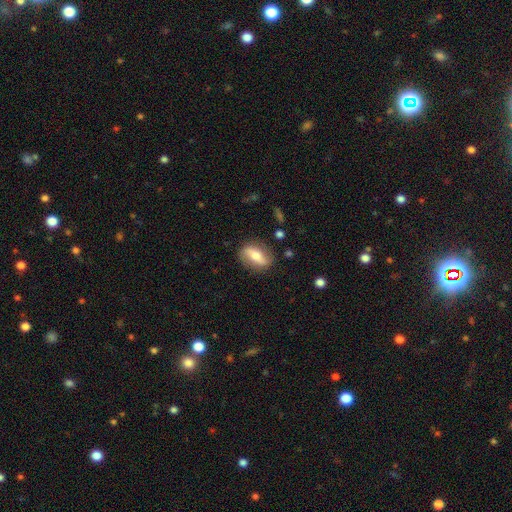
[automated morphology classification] This appears to be a featured or disk galaxy (54%). Merging: none (81%).